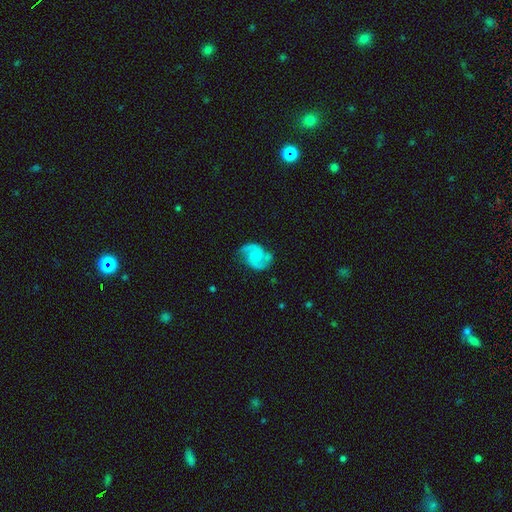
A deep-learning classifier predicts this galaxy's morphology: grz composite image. It shows a featured or disk galaxy (86%) with no bar (56%), 2 (92%) medium (59%) spiral arms (97%) and a small central bulge (36%). Merging: none (74%).